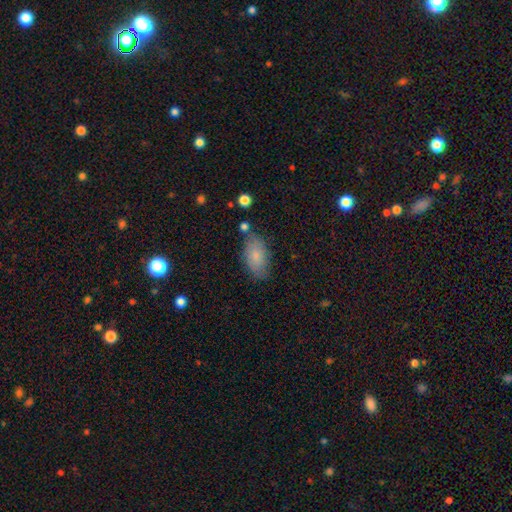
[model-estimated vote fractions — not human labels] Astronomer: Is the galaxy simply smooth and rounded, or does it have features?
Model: smooth — 78%.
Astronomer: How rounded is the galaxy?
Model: in between — 93%.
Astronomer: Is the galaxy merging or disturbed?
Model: none — 74%.